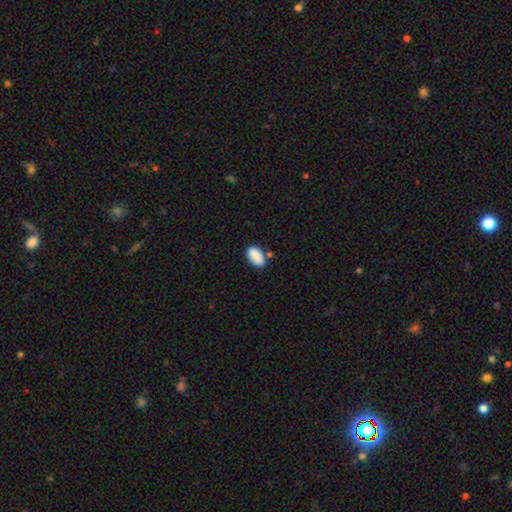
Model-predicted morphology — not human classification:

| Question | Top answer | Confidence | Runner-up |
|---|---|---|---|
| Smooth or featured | smooth | 88% | star or artifact (7%) |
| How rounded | in between | 93% | round (5%) |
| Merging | none | 72% | minor disturbance (17%) |